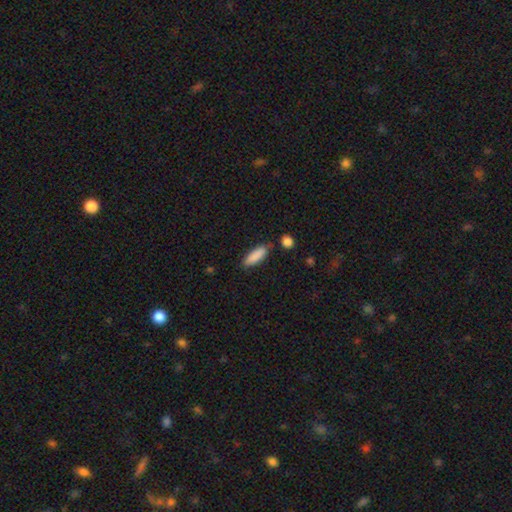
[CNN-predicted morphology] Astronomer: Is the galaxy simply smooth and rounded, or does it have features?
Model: smooth — 88%.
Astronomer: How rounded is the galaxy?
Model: in between — 50% (runner-up: cigar-shaped, 49%).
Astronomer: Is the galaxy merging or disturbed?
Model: none — 80%.